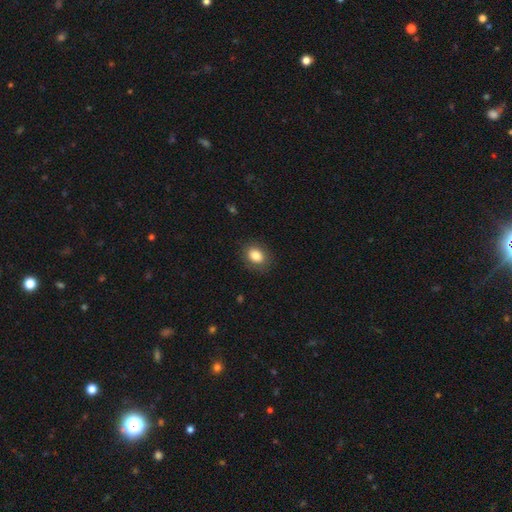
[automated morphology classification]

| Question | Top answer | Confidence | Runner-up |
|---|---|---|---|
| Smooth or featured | smooth | 84% | star or artifact (9%) |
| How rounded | in between | 65% | round (34%) |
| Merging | none | 84% | minor disturbance (11%) |